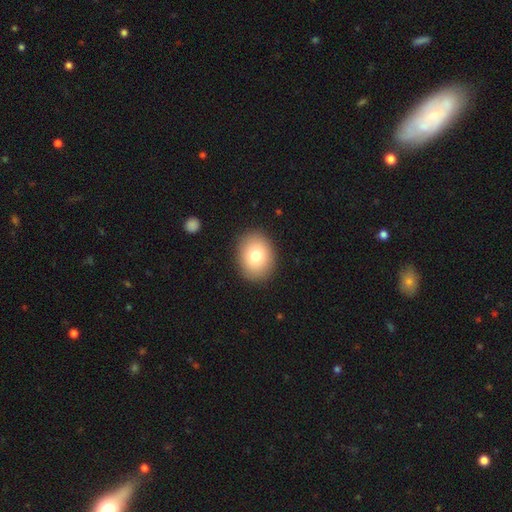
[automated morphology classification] Overall: smooth (79%). How rounded: in between (54%; round 45%). Merging: none (89%).